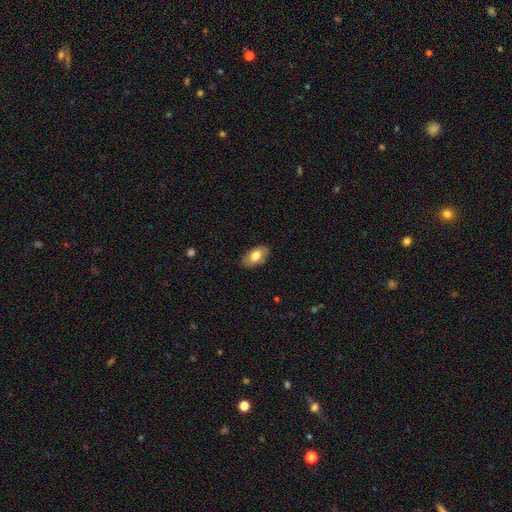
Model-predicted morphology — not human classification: Q: Smooth or featured?
A: smooth (76%); runner-up: featured or disk (17%)
Q: How rounded?
A: in between (94%); runner-up: round (4%)
Q: Merging?
A: none (84%); runner-up: minor disturbance (12%)